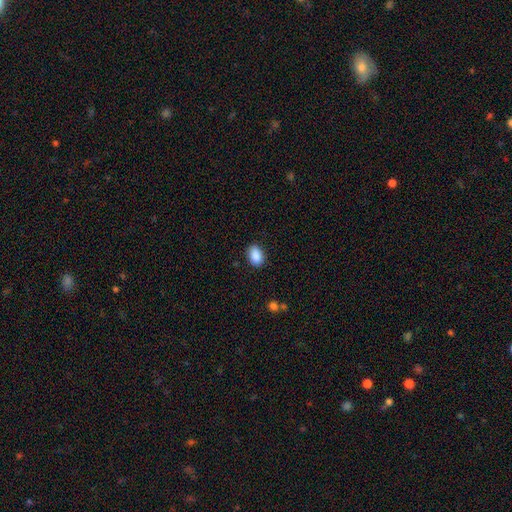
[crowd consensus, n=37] Q: Smooth or featured?
A: smooth (97%); runner-up: star or artifact (3%)
Q: How rounded?
A: in between (86%); runner-up: round (11%)
Q: Merging?
A: none (86%); runner-up: minor disturbance (8%)